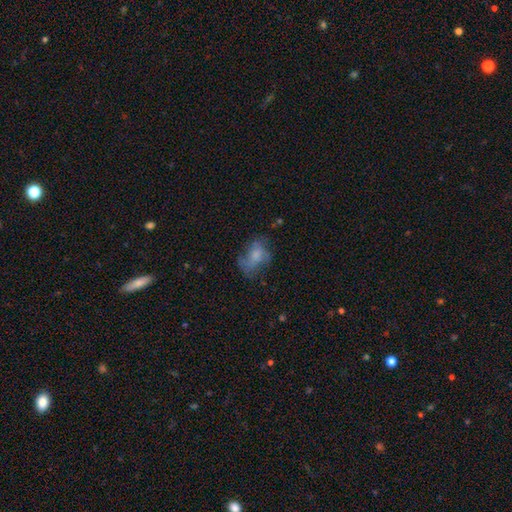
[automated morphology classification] type=smooth (48%); merging=none (48%).